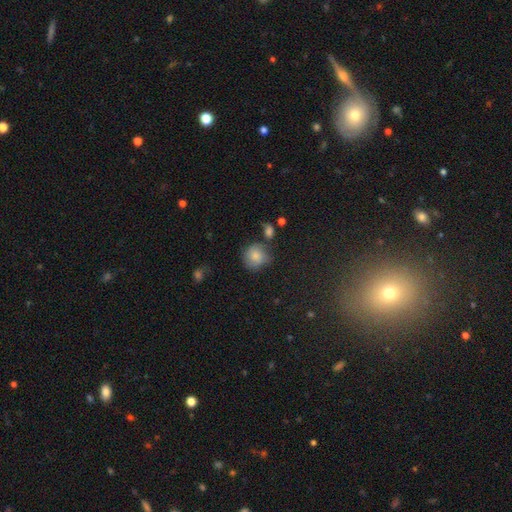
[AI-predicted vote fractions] Smooth or featured: smooth — 78% (featured or disk — 12%)
How rounded: round — 84% (in between — 14%)
Merging: none — 56% (minor disturbance — 25%)